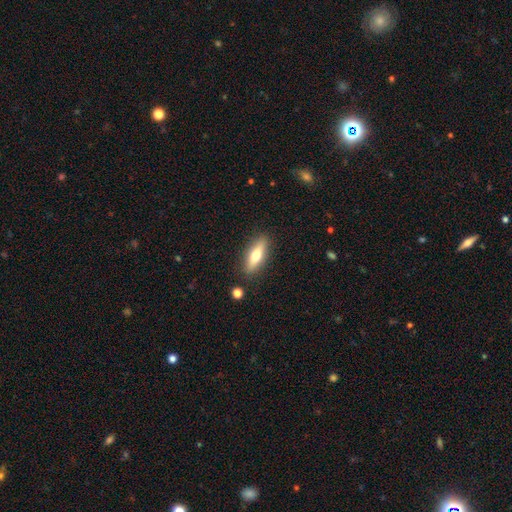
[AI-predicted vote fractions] A smooth galaxy with no disk features (58%) that is cigar-shaped (51%).

Vote fractions:
- Smooth or featured? smooth: 58% / featured or disk: 35% / star or artifact: 7%
- How rounded? cigar-shaped: 51% / in between: 47% / round: 3%
- Merging? none: 87% / minor disturbance: 9% / major disturbance: 2% / merger: 2%